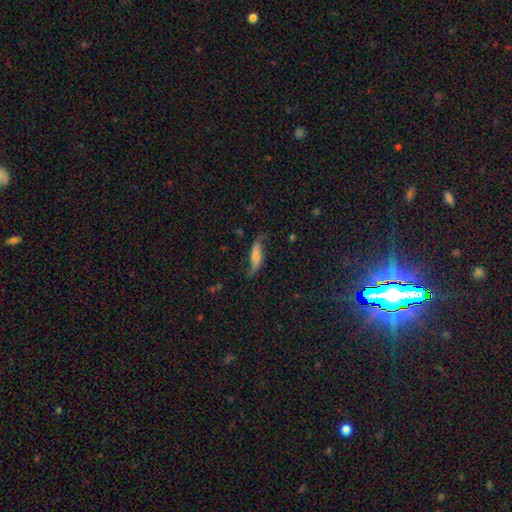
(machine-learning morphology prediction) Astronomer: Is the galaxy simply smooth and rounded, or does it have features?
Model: featured or disk — 57% (runner-up: smooth, 34%).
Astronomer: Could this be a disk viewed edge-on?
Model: no — 76%.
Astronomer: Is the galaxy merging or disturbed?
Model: none — 68%.